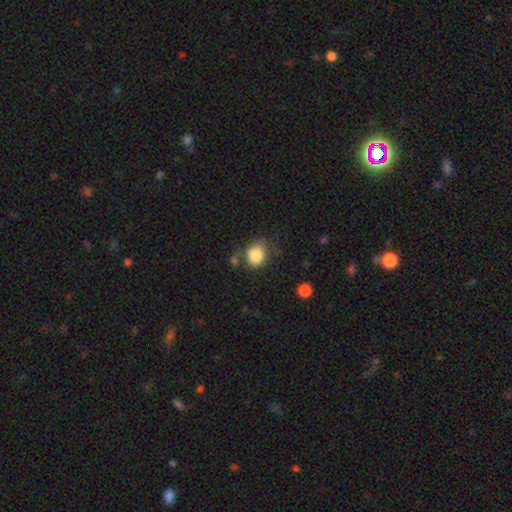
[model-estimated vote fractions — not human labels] Smooth or featured? smooth (85%)
How rounded? round (52%)
Merging? none (55%)